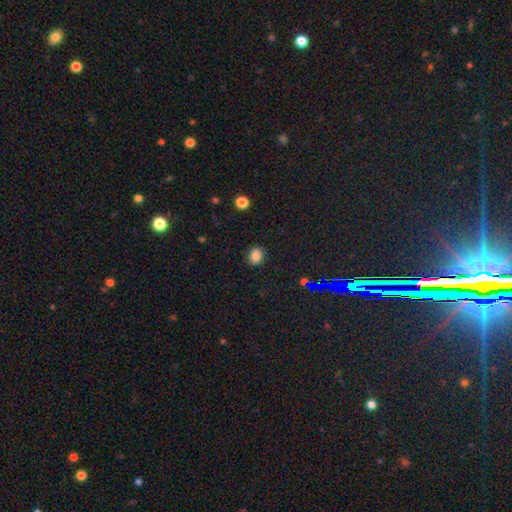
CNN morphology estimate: The model was most divided on "how rounded": round: 60%, in between: 39%, cigar-shaped: 1%. More confident: merging — none (88%); smooth or featured — smooth (81%).